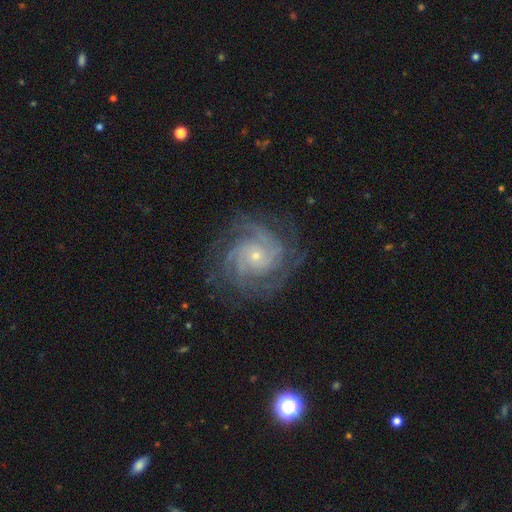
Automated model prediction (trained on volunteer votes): Morphology: type=featured or disk (90%); edge-on=no (98%); bar=no (77%); spiral arms=yes (98%); winding=tight (70%); arm count=4 (30%); bulge=small (78%); merging=none (78%).